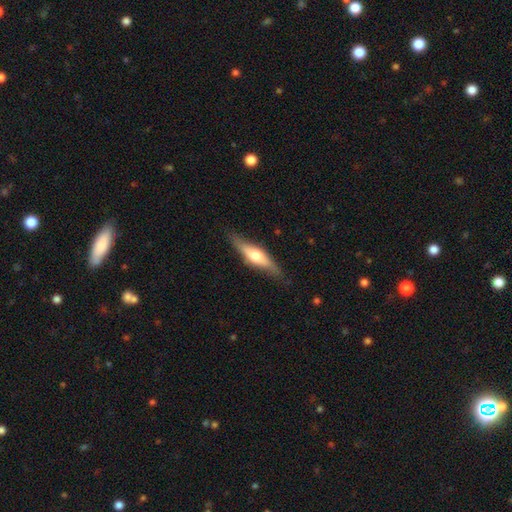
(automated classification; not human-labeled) Smooth or featured?
  - featured or disk: 52% *
  - smooth: 43%
  - star or artifact: 5%
Edge-on disk?
  - yes: 85% *
  - no: 15%
Merging?
  - none: 81% *
  - minor disturbance: 15%
  - major disturbance: 3%
  - merger: 1%